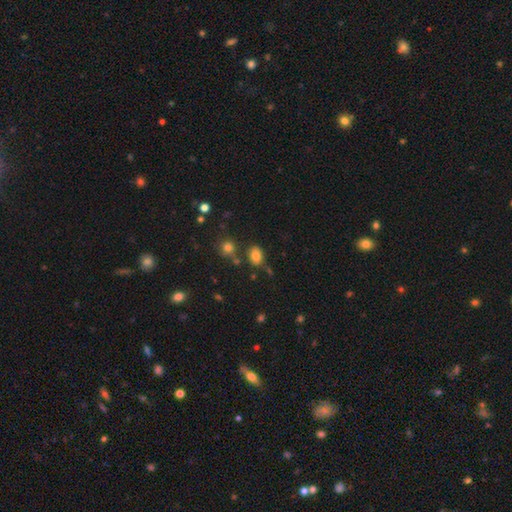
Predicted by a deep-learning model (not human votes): smooth_or_featured: smooth (p=0.80) [alt: star or artifact p=0.13]
how_rounded: in between (p=0.66) [alt: round p=0.32]
merging: none (p=0.73) [alt: minor disturbance p=0.14]